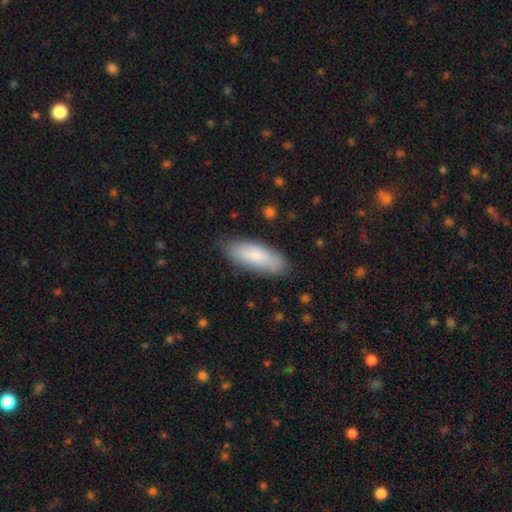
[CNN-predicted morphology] Overall: smooth (78%). How rounded: in between (73%). Merging: none (82%).